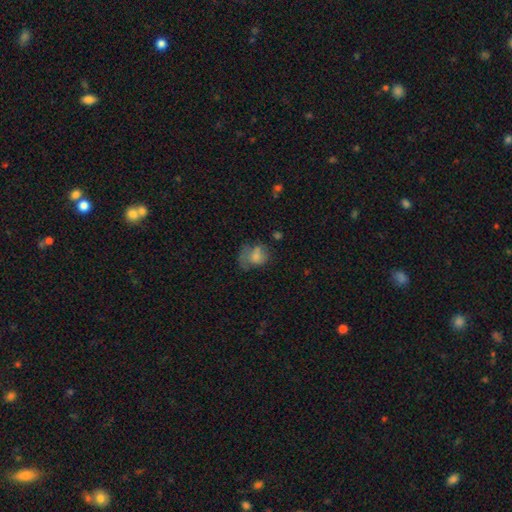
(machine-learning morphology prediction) Smooth or featured? Predicted: smooth (p=0.66). How rounded? Predicted: in between (p=0.58). Merging? Predicted: none (p=0.34).